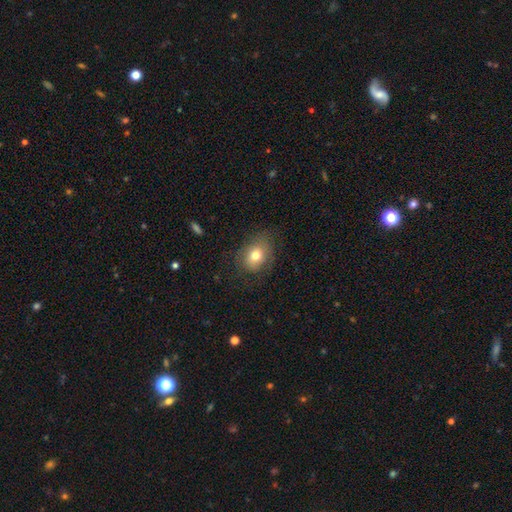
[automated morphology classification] Smooth or featured: smooth — 74% (featured or disk — 16%)
How rounded: in between — 58% (round — 41%)
Merging: none — 70% (minor disturbance — 20%)